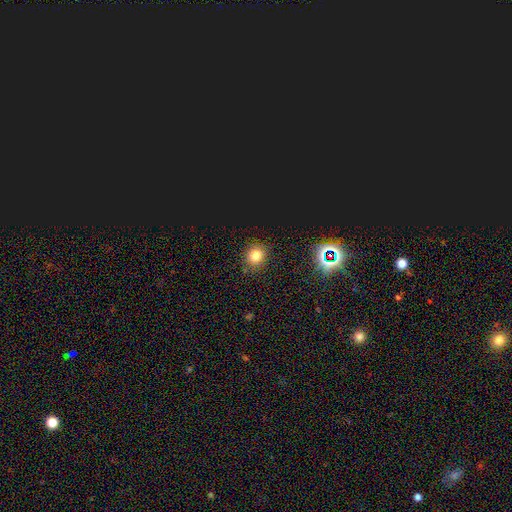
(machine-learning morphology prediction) Smooth or featured? Predicted: smooth (p=0.74). How rounded? Predicted: round (p=0.84). Merging? Predicted: none (p=0.88).